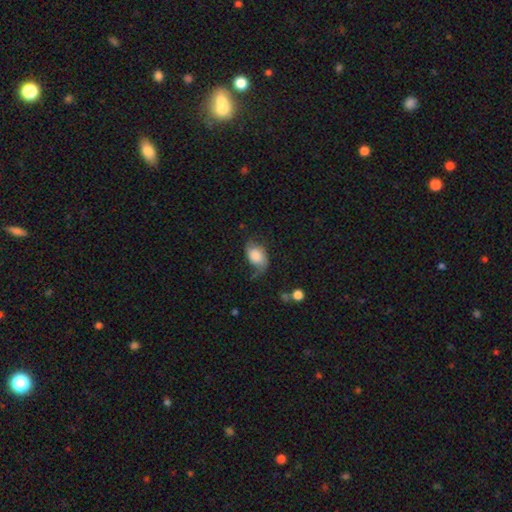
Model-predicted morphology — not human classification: smooth-or-featured: smooth: 57% | featured or disk: 34% | star or artifact: 9%
  how-rounded: in between: 83% | round: 16% | cigar-shaped: 1%
  merging: none: 47% | minor disturbance: 31% | major disturbance: 19% | merger: 2%